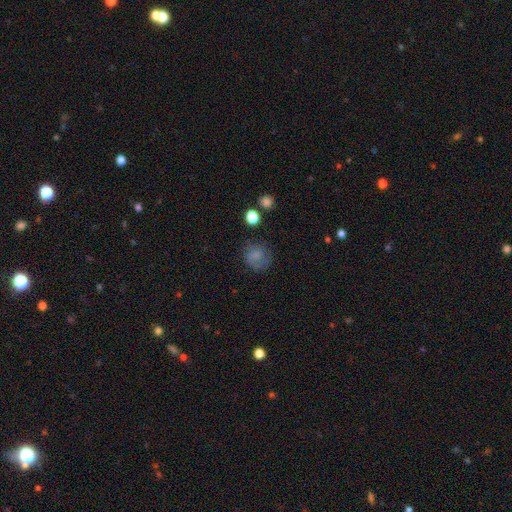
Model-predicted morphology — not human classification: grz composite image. It shows a smooth galaxy with no disk features (64%) that is round (79%). Merging: none (63%).